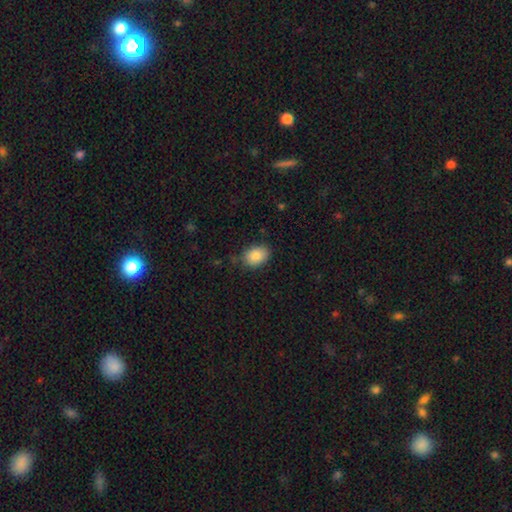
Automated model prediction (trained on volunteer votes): A smooth galaxy with no disk features (87%) that is in between round and cigar-shaped (77%). Merging: none (78%).